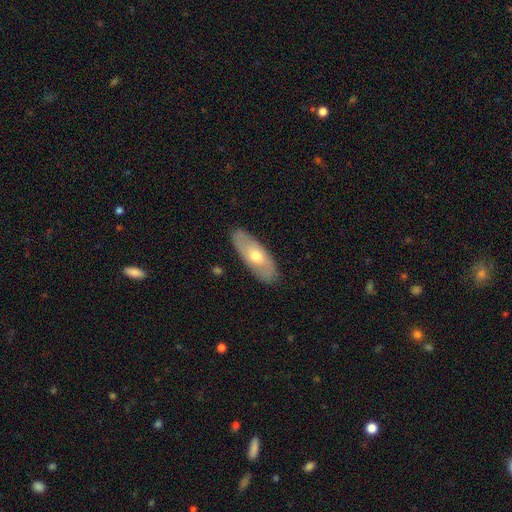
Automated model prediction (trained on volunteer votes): smooth_or_featured: smooth (p=0.51) [alt: featured or disk p=0.43]
how_rounded: in between (p=0.76) [alt: cigar-shaped p=0.21]
merging: none (p=0.87) [alt: minor disturbance p=0.10]